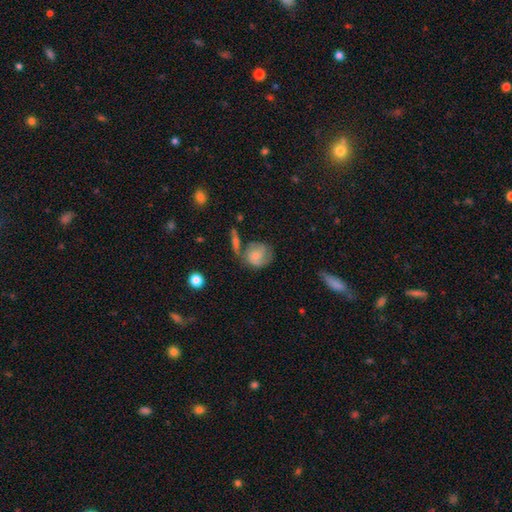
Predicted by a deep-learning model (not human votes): smooth_or_featured: smooth (p=0.49) [alt: featured or disk p=0.44]
merging: none (p=0.46) [alt: minor disturbance p=0.23]